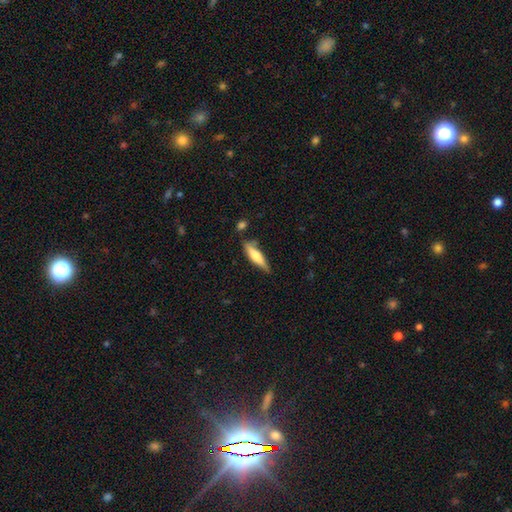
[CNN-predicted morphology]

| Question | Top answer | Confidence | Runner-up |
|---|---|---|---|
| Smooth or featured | smooth | 58% | featured or disk (36%) |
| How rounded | cigar-shaped | 72% | in between (26%) |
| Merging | none | 68% | minor disturbance (22%) |